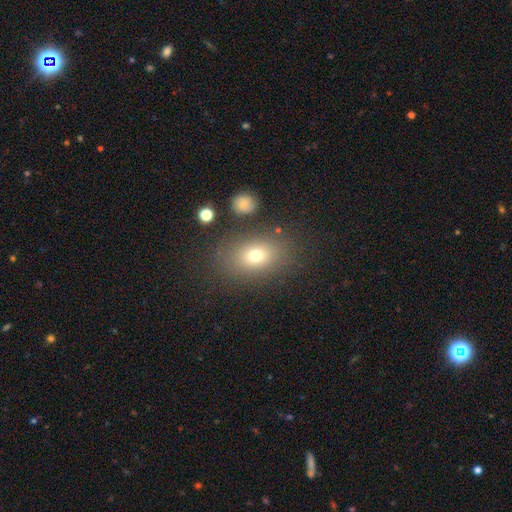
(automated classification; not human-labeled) Morphology: type=smooth (73%); roundness=in between (73%); merging=none (79%).